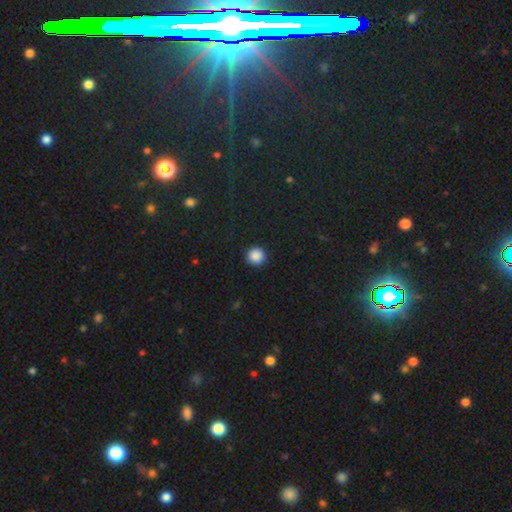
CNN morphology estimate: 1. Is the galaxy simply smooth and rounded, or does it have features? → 88% smooth, 10% star or artifact, 3% featured or disk.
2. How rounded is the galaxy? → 95% round, 4% in between, 1% cigar-shaped.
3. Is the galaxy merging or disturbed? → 92% none, 5% minor disturbance, 2% major disturbance, 1% merger.